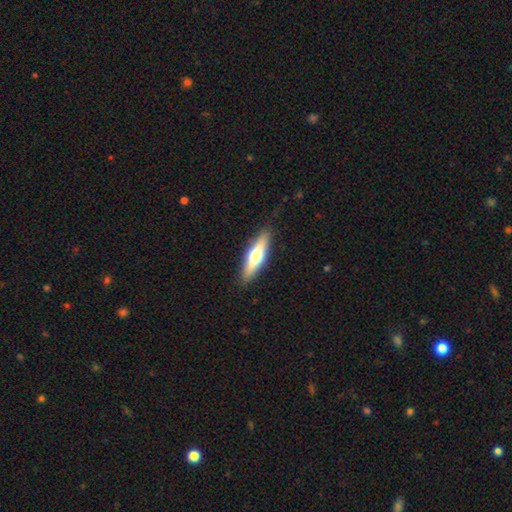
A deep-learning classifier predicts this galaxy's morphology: The model was most divided on "smooth or featured" (2-way tie): smooth: 47%, featured or disk: 47%, star or artifact: 6%. More confident: merging — none (88%).